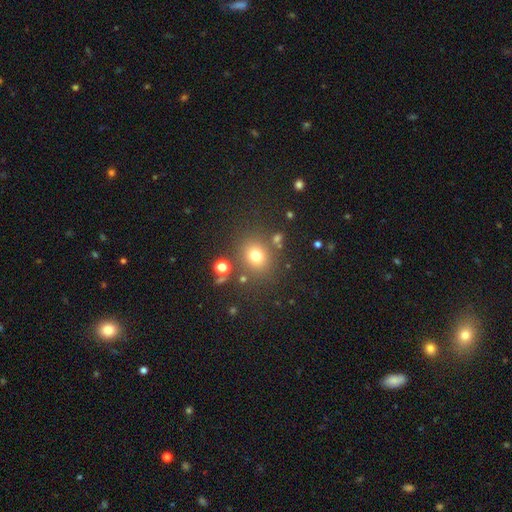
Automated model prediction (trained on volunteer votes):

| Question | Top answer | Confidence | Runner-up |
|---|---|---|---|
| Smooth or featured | smooth | 73% | star or artifact (19%) |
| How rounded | round | 77% | in between (22%) |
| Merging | none | 80% | minor disturbance (10%) |